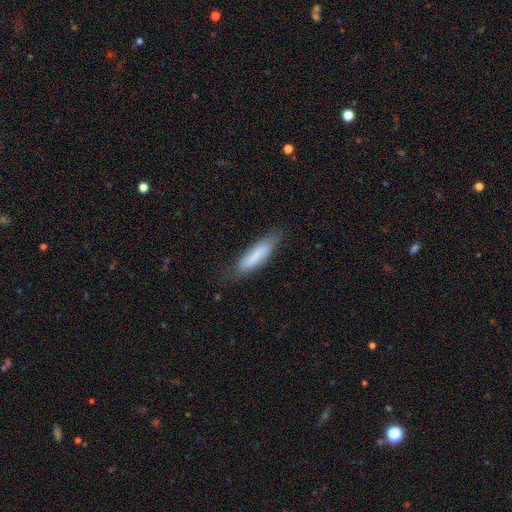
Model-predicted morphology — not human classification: Smooth or featured?
  - smooth: 75% *
  - featured or disk: 19%
  - star or artifact: 6%
How rounded?
  - cigar-shaped: 69% *
  - in between: 30%
  - round: 2%
Merging?
  - none: 71% *
  - minor disturbance: 22%
  - major disturbance: 5%
  - merger: 2%